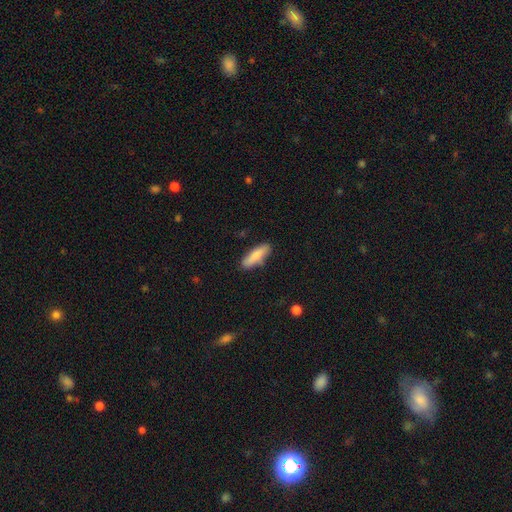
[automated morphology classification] A smooth galaxy with no disk features (76%) that is cigar-shaped (57%). Merging: none (82%).